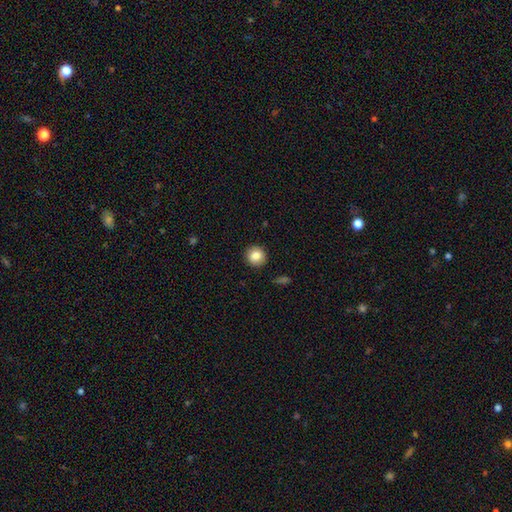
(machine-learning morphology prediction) This appears to be a smooth galaxy with no disk features (85%) that is round (92%). Merging: none (91%).